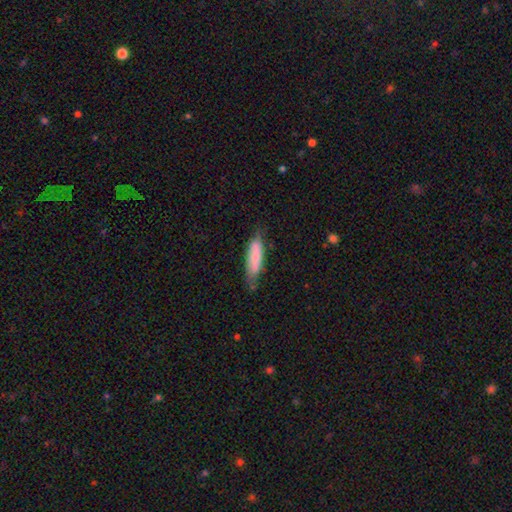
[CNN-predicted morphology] This is likely a smooth galaxy (75%). How rounded: possibly cigar-shaped (59%). Merging: likely none (63%).